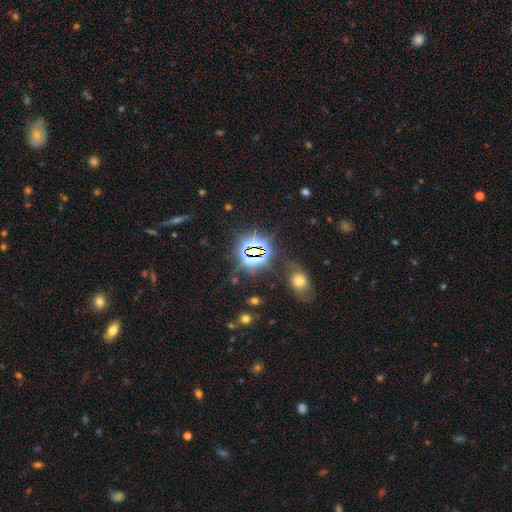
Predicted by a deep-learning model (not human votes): The model was most divided on "smooth or featured": star or artifact: 77%, smooth: 15%, featured or disk: 9%.